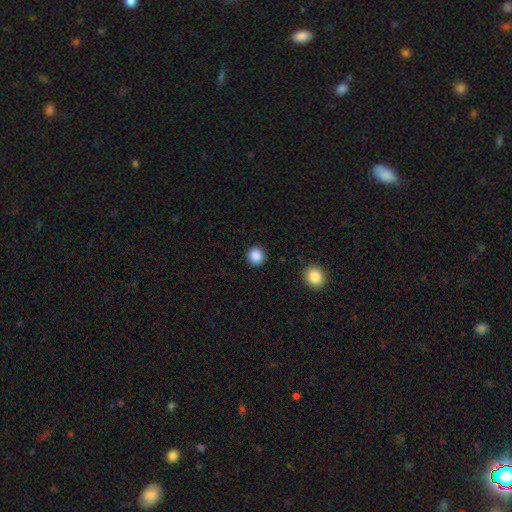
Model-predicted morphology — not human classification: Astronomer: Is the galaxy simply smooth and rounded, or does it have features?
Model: smooth — 87%.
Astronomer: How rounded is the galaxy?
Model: round — 95%.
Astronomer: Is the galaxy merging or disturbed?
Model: none — 92%.